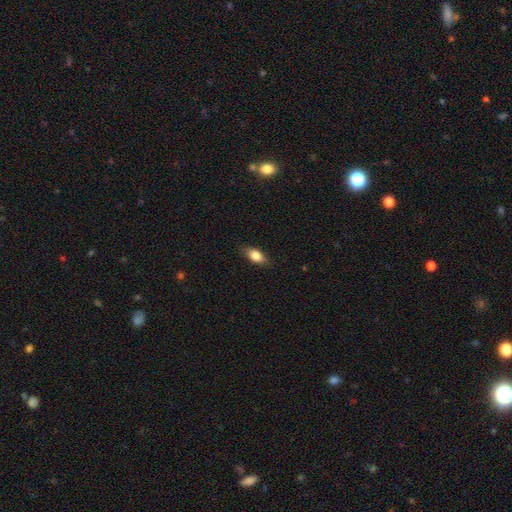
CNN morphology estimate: A smooth galaxy with no disk features (82%) that is in between round and cigar-shaped (86%). Merging: none (84%).